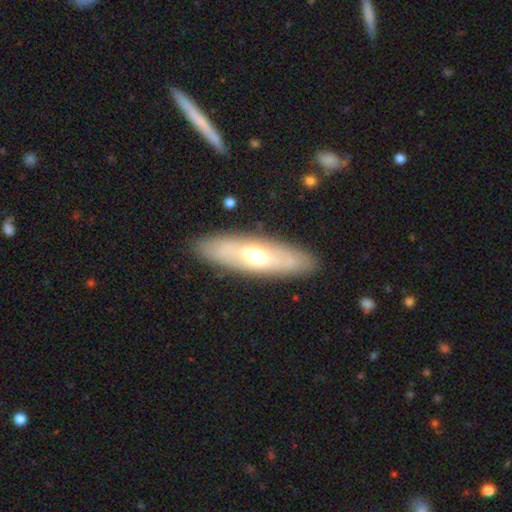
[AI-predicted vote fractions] Overall: featured or disk (51%; smooth 44%). Edge-on disk: no (61%; yes 39%). Merging: none (87%).